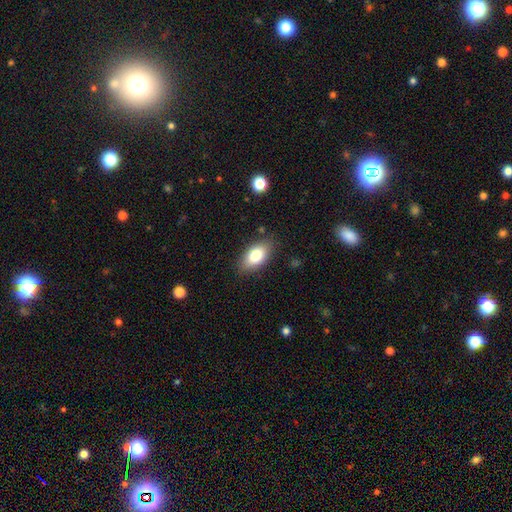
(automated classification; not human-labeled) Smooth or featured? Predicted: smooth (p=0.80). How rounded? Predicted: in between (p=0.92). Merging? Predicted: none (p=0.84).